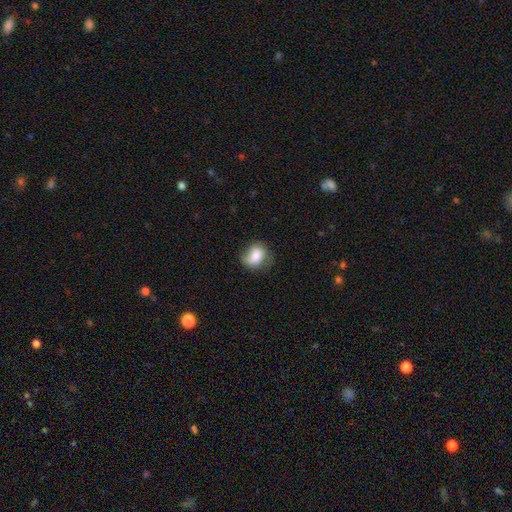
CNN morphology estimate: A smooth galaxy with no disk features (74%) that is in between round and cigar-shaped (54%).

Vote fractions:
- Smooth or featured? smooth: 74% / featured or disk: 18% / star or artifact: 8%
- How rounded? in between: 54% / round: 45% / cigar-shaped: 1%
- Merging? none: 59% / minor disturbance: 29% / major disturbance: 10% / merger: 2%